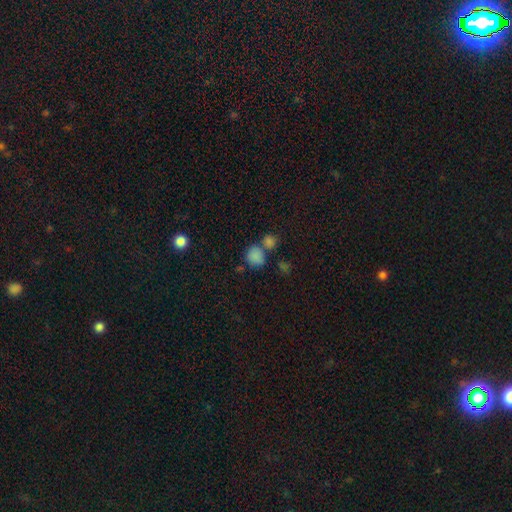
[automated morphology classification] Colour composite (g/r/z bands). It shows a smooth galaxy with no disk features (82%) that is round (78%). Merging: none (52%).